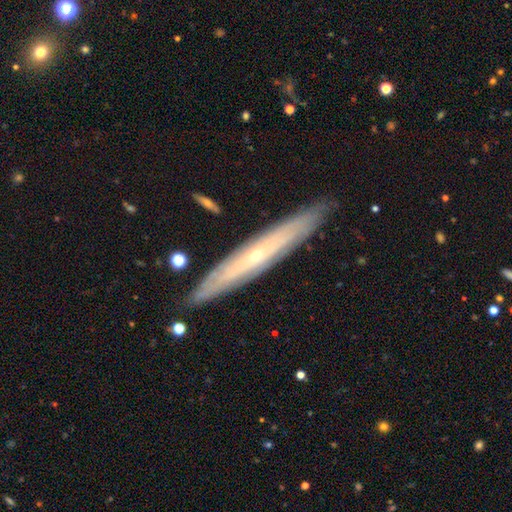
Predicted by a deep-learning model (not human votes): A featured or disk galaxy (71%) viewed edge-on (81%) with a rounded central bulge (60%). Merging: none (89%).